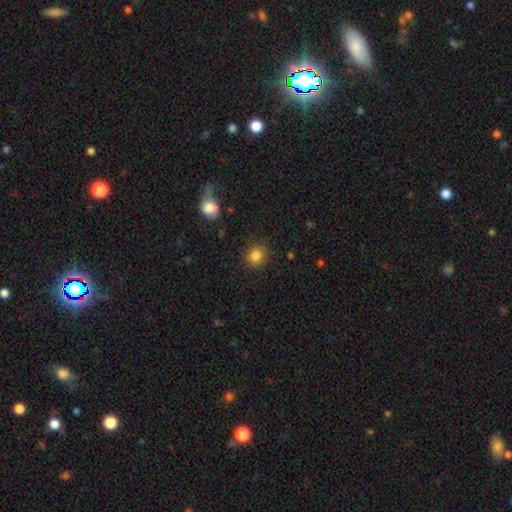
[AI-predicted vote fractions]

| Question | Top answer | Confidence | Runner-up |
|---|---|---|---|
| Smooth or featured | smooth | 85% | star or artifact (10%) |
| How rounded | round | 88% | in between (11%) |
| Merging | none | 88% | minor disturbance (7%) |